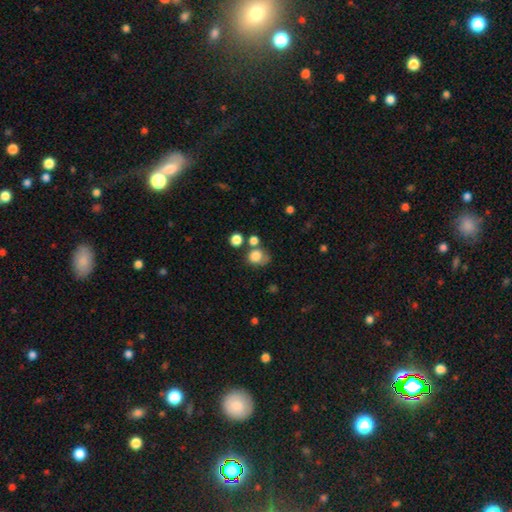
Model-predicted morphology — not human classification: A smooth galaxy with no disk features (79%) that is round (63%).

Vote fractions:
- Smooth or featured? smooth: 79% / star or artifact: 11% / featured or disk: 10%
- How rounded? round: 63% / in between: 36% / cigar-shaped: 1%
- Merging? none: 48% / merger: 21% / minor disturbance: 20% / major disturbance: 11%